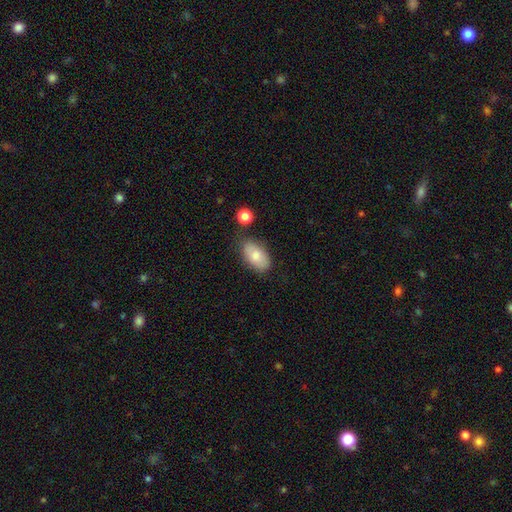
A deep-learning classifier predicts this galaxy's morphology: Smooth or featured?
  - smooth: 79% *
  - featured or disk: 14%
  - star or artifact: 7%
How rounded?
  - in between: 93% *
  - round: 5%
  - cigar-shaped: 2%
Merging?
  - none: 73% *
  - minor disturbance: 18%
  - merger: 5%
  - major disturbance: 4%